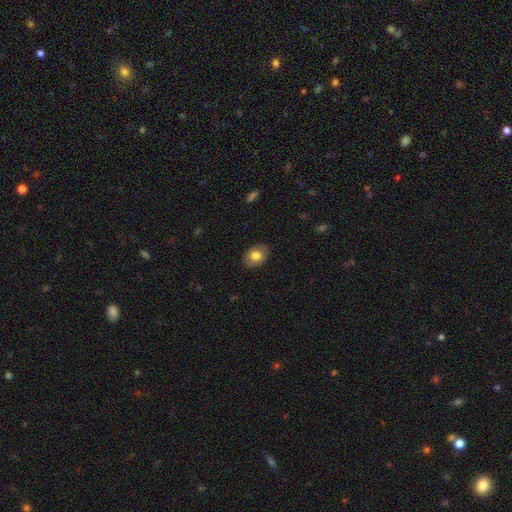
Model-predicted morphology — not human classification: Overall: smooth (76%). How rounded: in between (72%). Merging: none (86%).